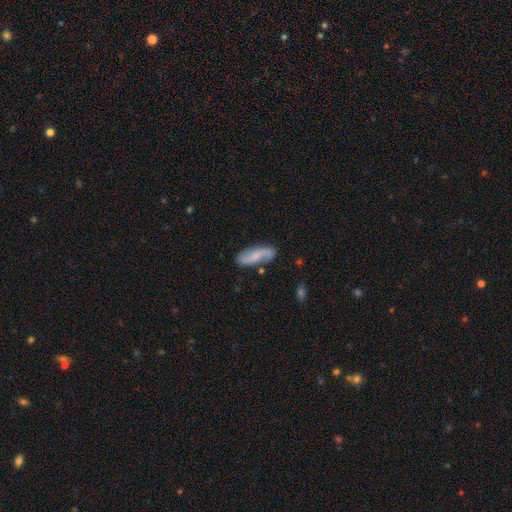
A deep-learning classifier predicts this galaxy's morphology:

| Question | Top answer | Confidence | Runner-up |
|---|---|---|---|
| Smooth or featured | featured or disk | 61% | smooth (33%) |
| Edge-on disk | no | 90% | yes (10%) |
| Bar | no | 49% | weak (36%) |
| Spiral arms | yes | 92% | no (8%) |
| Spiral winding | loose | 67% | medium (23%) |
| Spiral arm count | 2 | 91% | can't tell (4%) |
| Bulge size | small | 52% | moderate (26%) |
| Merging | none | 76% | minor disturbance (16%) |